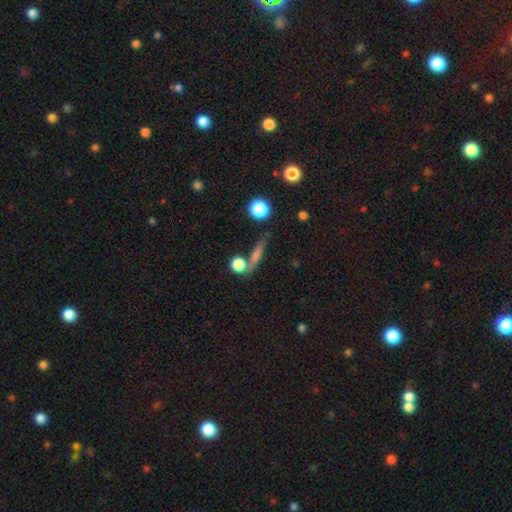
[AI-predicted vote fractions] smooth-or-featured: smooth: 42% | featured or disk: 34% | star or artifact: 24%
  merging: none: 64% | merger: 17% | minor disturbance: 12% | major disturbance: 8%